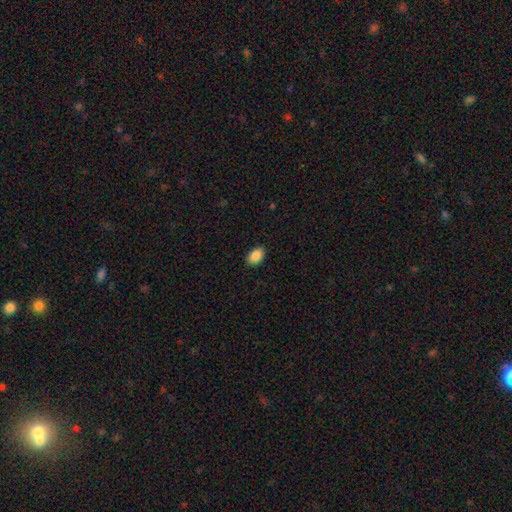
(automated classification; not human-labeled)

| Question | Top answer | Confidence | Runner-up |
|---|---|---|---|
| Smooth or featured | smooth | 89% | star or artifact (8%) |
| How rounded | in between | 87% | round (12%) |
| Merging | none | 89% | minor disturbance (8%) |